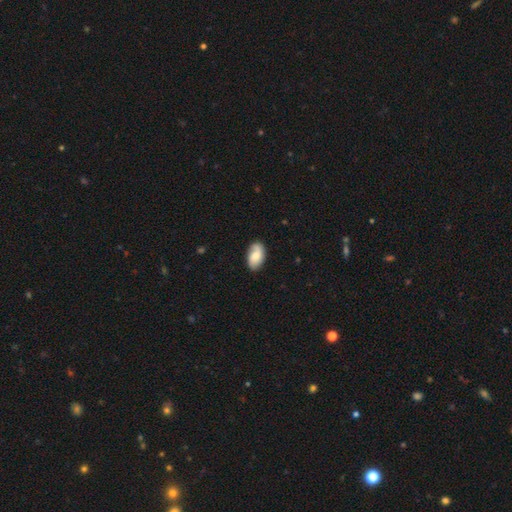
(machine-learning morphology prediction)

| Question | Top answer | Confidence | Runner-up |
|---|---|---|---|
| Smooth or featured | smooth | 63% | featured or disk (30%) |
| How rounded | in between | 94% | round (5%) |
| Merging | none | 79% | minor disturbance (16%) |